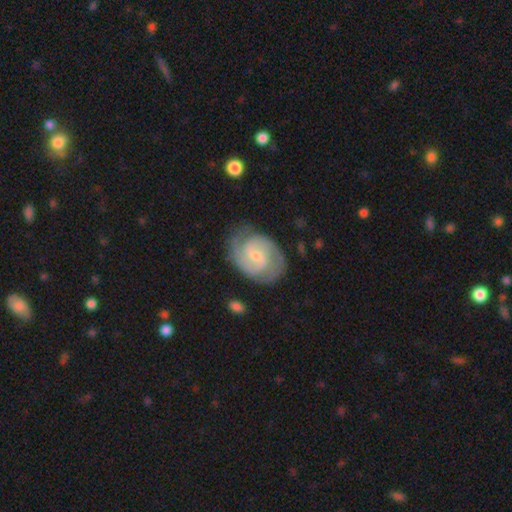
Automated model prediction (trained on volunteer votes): featured or disk 85%, smooth 11%, star or artifact 5%. Down the decision tree: edge-on disk — no (98%); bar — weak (53%); spiral arms — yes (96%); spiral arm count — 2 (69%); spiral winding — medium (47%); bulge size — small (69%); merging — none (75%).